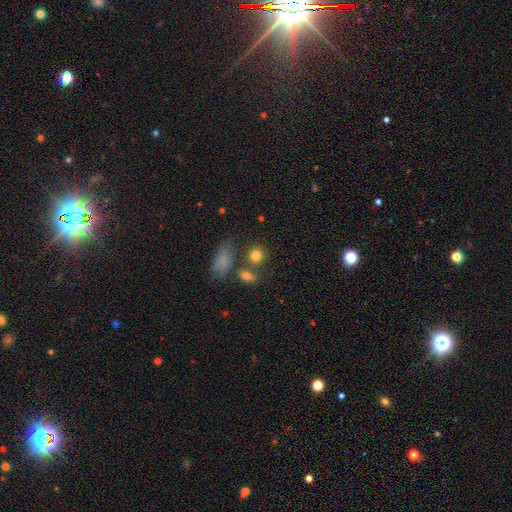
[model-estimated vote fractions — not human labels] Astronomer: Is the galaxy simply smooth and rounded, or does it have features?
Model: smooth — 81%.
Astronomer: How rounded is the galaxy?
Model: round — 72%.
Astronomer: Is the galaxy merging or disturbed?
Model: none — 65%.